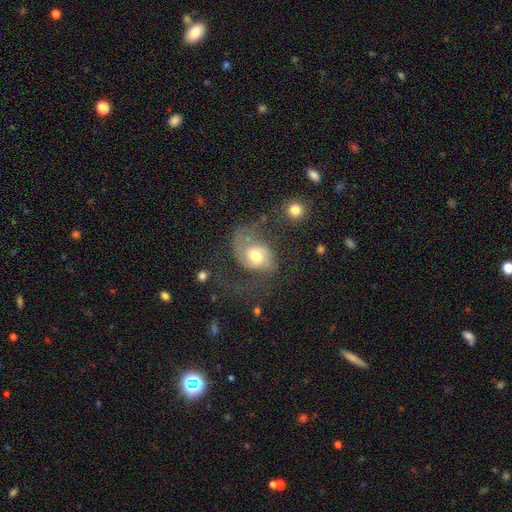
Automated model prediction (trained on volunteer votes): Smooth or featured?
  - featured or disk: 59% *
  - smooth: 34%
  - star or artifact: 7%
Edge-on disk?
  - no: 96% *
  - yes: 4%
Bar?
  - no: 67% *
  - weak: 27%
  - strong: 6%
Spiral arms?
  - yes: 80% *
  - no: 20%
Bulge size?
  - moderate: 71% *
  - small: 13%
  - large: 13%
  - dominant: 2%
  - none: 1%
Merging?
  - major disturbance: 47% *
  - none: 29%
  - minor disturbance: 19%
  - merger: 4%